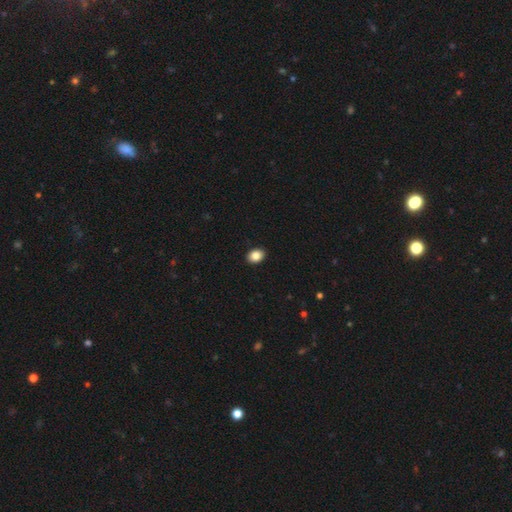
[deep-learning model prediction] A smooth galaxy with no disk features (86%) that is in between round and cigar-shaped (67%).

Vote fractions:
- Smooth or featured? smooth: 86% / star or artifact: 9% / featured or disk: 5%
- How rounded? in between: 67% / round: 32% / cigar-shaped: 1%
- Merging? none: 91% / minor disturbance: 6% / major disturbance: 2% / merger: 1%